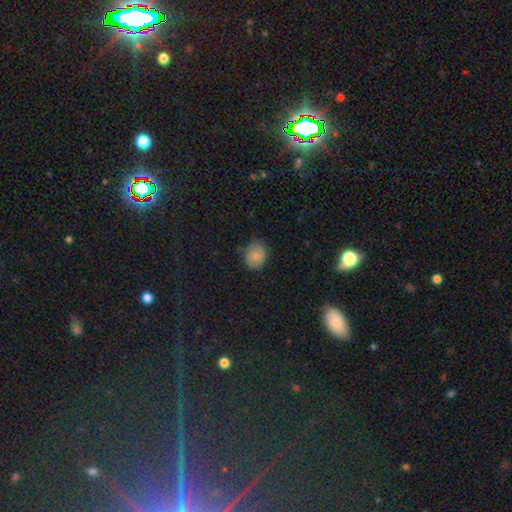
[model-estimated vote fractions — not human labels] smooth 81%, featured or disk 10%, star or artifact 9%. Down the decision tree: how rounded — round (57%); merging — none (72%).